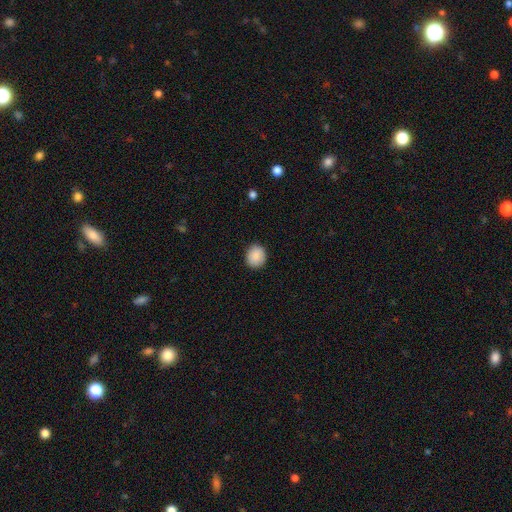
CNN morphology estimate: A smooth galaxy with no disk features (87%) that is round (79%). Merging: none (88%).